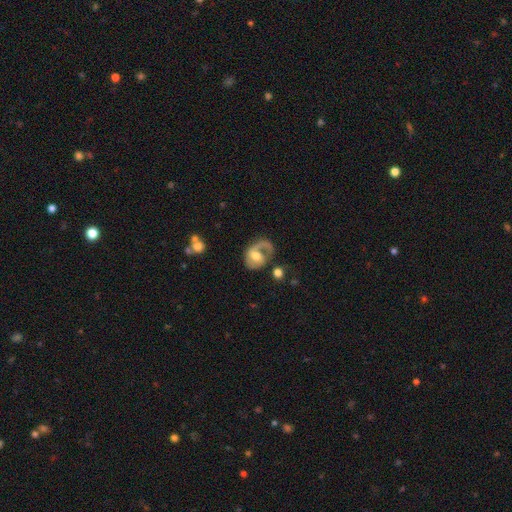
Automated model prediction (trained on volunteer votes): Smooth or featured: featured or disk — 70% (smooth — 23%)
Edge-on disk: no — 97% (yes — 3%)
Bar: no — 55% (weak — 36%)
Spiral arms: yes — 83% (no — 17%)
Spiral winding: medium — 40% (loose — 33%)
Spiral arm count: 1 — 60% (2 — 30%)
Bulge size: moderate — 67% (small — 16%)
Merging: none — 43% (major disturbance — 30%)